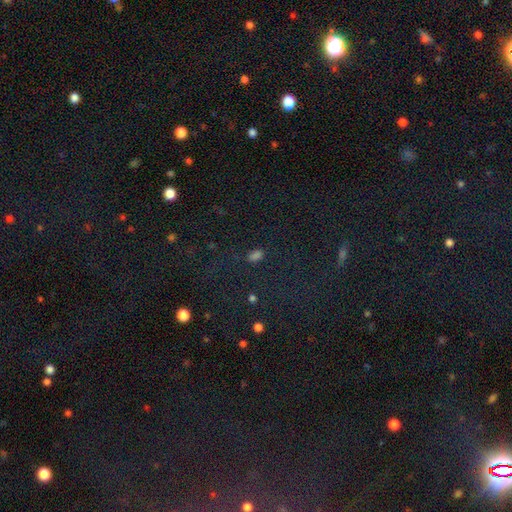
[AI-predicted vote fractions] Smooth or featured? star or artifact (64%)